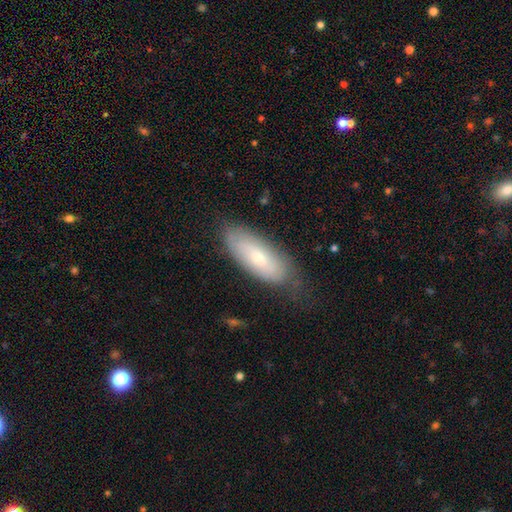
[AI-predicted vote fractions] Overall: smooth (61%; featured or disk 32%). How rounded: in between (77%). Merging: none (66%).